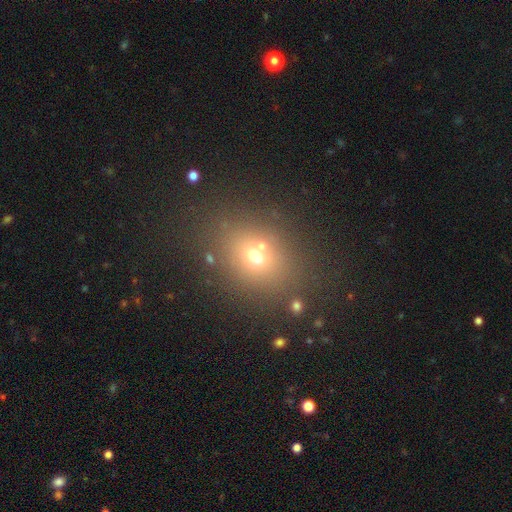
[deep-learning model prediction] smooth 63%, star or artifact 22%, featured or disk 15%. Down the decision tree: how rounded — round (52%); merging — none (68%).